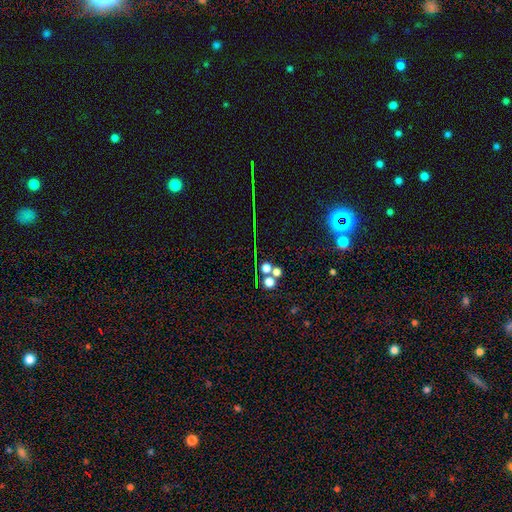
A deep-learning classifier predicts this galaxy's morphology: A star or artifact, not a galaxy (77%).